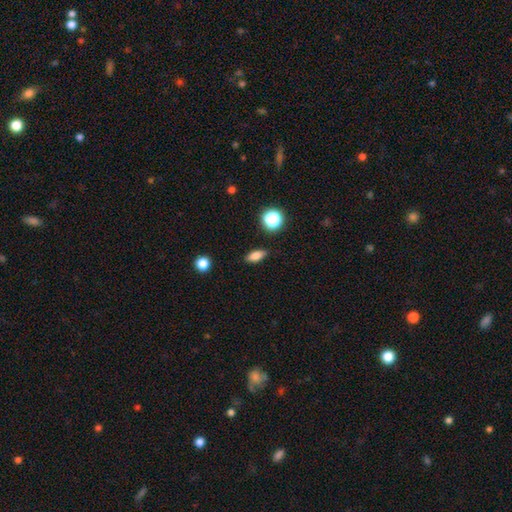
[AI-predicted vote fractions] This is likely a smooth galaxy (80%). How rounded: likely in between (74%). Merging: clearly none (87%).